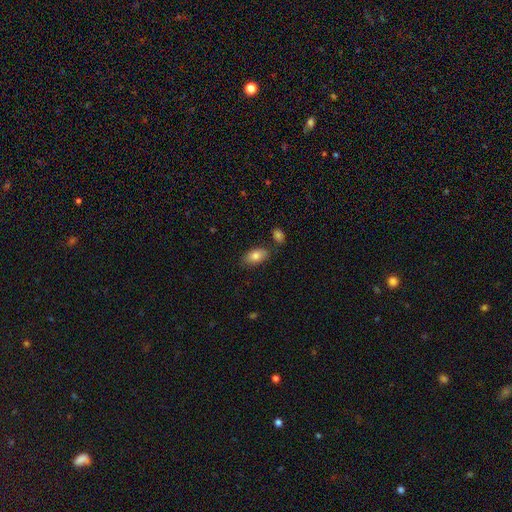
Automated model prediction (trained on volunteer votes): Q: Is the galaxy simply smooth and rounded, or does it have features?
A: smooth — 82%.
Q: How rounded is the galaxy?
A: in between — 92%.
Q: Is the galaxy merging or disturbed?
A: none — 78%.